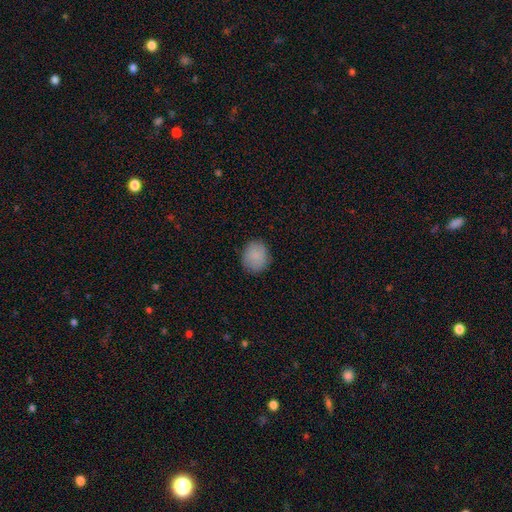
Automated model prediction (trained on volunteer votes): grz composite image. It shows a smooth galaxy with no disk features (86%) that is round (74%). Merging: none (85%).